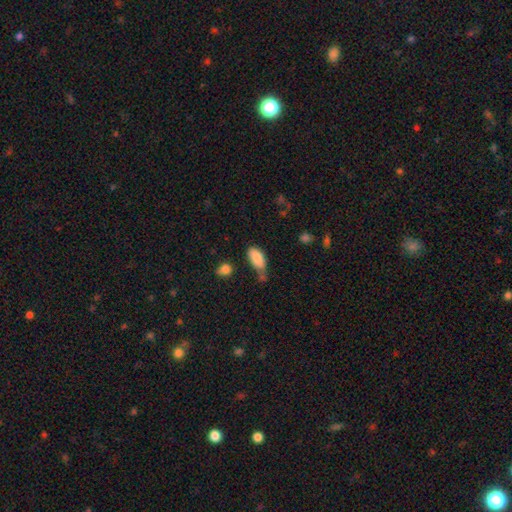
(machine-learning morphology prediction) Smooth or featured? Predicted: smooth (p=0.85). How rounded? Predicted: in between (p=0.91). Merging? Predicted: none (p=0.45).